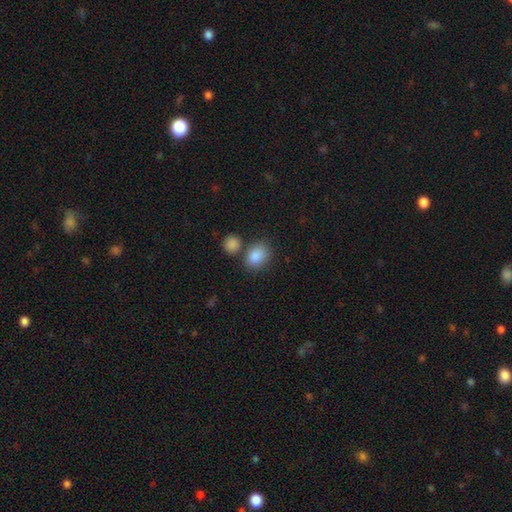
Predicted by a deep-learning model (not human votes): A smooth galaxy with no disk features (87%) that is in between round and cigar-shaped (66%).

Vote fractions:
- Smooth or featured? smooth: 87% / star or artifact: 8% / featured or disk: 5%
- How rounded? in between: 66% / round: 33% / cigar-shaped: 1%
- Merging? none: 64% / merger: 19% / minor disturbance: 13% / major disturbance: 4%